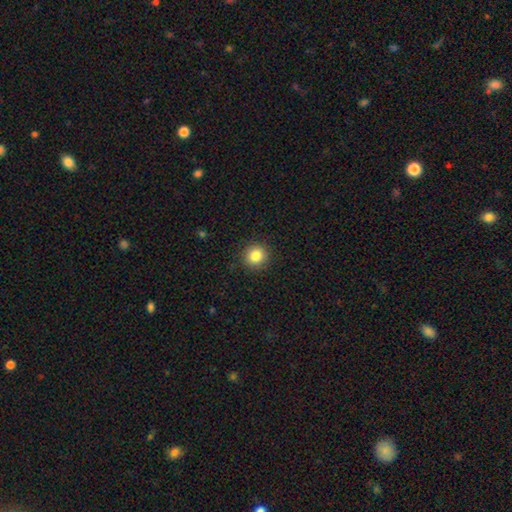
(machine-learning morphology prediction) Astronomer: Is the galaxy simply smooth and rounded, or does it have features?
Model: smooth — 84%.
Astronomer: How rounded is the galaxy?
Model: round — 92%.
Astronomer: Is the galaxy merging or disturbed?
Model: none — 91%.